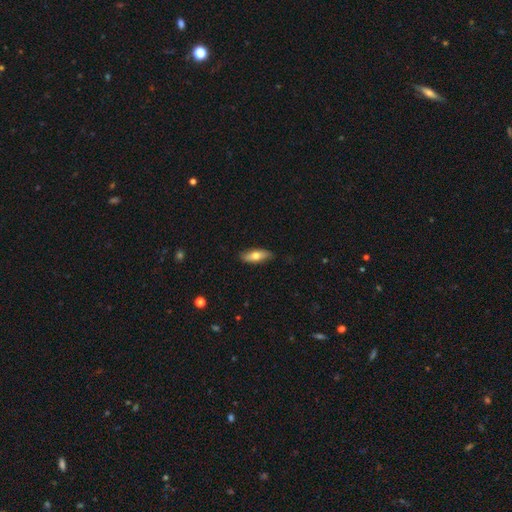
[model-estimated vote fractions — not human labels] A smooth galaxy with no disk features (67%) that is in between round and cigar-shaped (69%).

Vote fractions:
- Smooth or featured? smooth: 67% / featured or disk: 27% / star or artifact: 6%
- How rounded? in between: 69% / cigar-shaped: 28% / round: 3%
- Merging? none: 84% / minor disturbance: 13% / major disturbance: 2% / merger: 1%